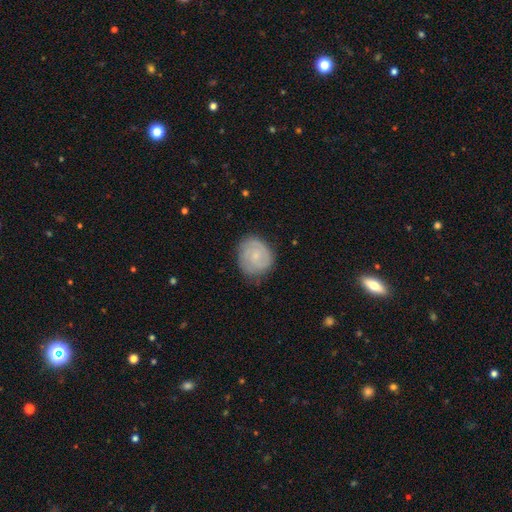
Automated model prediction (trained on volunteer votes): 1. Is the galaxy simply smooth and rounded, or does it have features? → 61% featured or disk, 32% smooth, 7% star or artifact.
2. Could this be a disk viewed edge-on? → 98% no, 2% yes.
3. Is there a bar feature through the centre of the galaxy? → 67% no, 29% weak, 4% strong.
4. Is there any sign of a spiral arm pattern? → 90% yes, 10% no.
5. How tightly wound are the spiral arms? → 63% tight, 29% medium, 8% loose.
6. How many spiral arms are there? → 52% 2, 25% can't tell, 12% 3, 5% 1, 3% 4, 3% more than 4.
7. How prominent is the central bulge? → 69% small, 18% moderate, 10% none, 1% large, 1% dominant.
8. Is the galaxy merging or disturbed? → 76% none, 18% minor disturbance, 5% major disturbance, 1% merger.